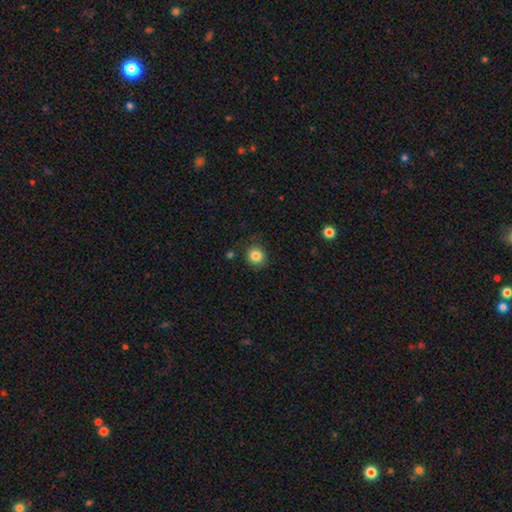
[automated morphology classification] Smooth or featured? smooth (84%)
How rounded? round (89%)
Merging? none (86%)